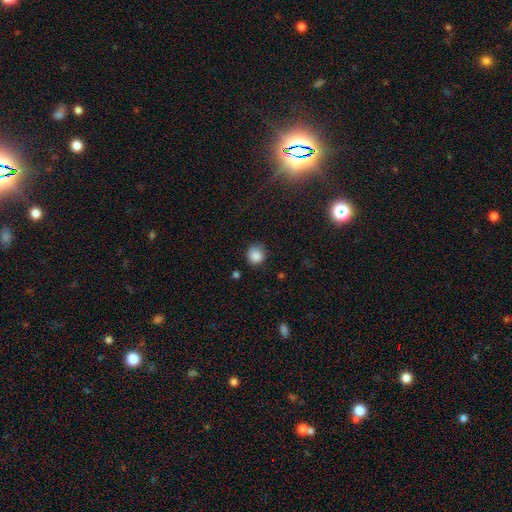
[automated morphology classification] The model was most divided on "merging": none: 77%, minor disturbance: 17%, major disturbance: 4%, merger: 2%. More confident: how rounded — round (89%); smooth or featured — smooth (86%).